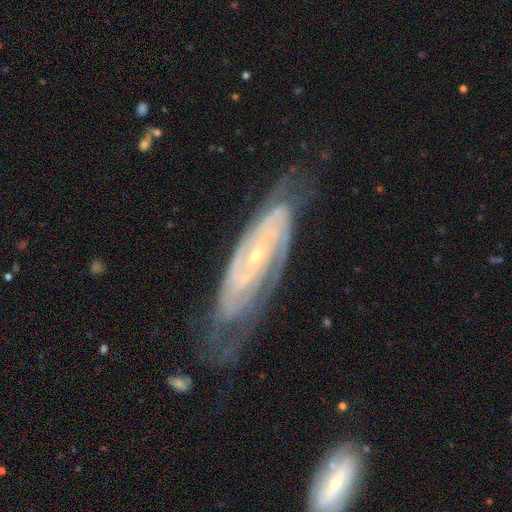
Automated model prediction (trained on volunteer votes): A featured or disk galaxy (87%) with no bar (57%), 2 (43%) tight (69%) spiral arms (94%) and a small central bulge (77%). Merging: none (67%).